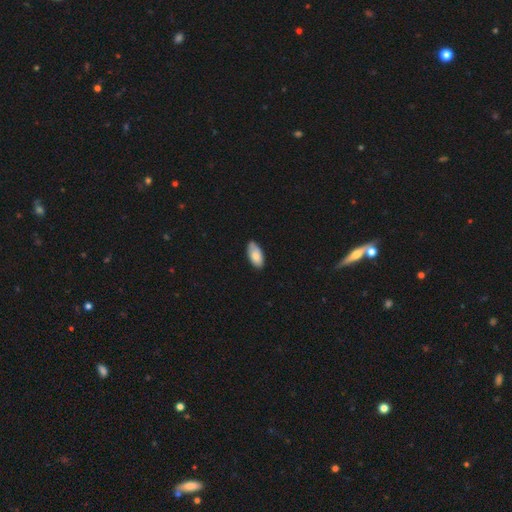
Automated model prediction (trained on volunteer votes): A smooth galaxy with no disk features (81%) that is in between round and cigar-shaped (94%).

Vote fractions:
- Smooth or featured? smooth: 81% / featured or disk: 13% / star or artifact: 6%
- How rounded? in between: 94% / cigar-shaped: 4% / round: 2%
- Merging? none: 76% / minor disturbance: 20% / major disturbance: 2% / merger: 2%